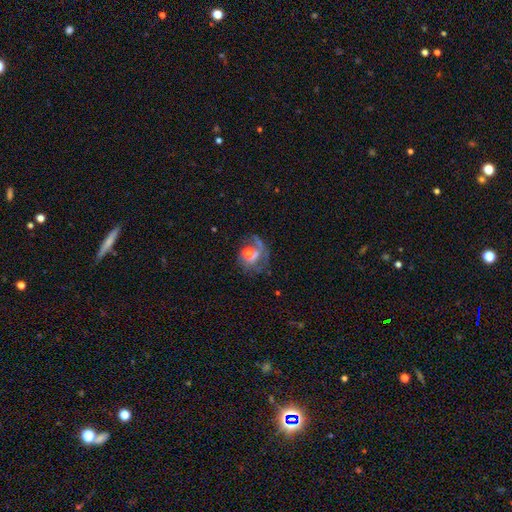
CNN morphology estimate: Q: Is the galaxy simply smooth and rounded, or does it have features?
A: featured or disk — 53%.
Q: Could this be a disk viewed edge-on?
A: no — 97%.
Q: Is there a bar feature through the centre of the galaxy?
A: no — 76%.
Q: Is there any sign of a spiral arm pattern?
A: yes — 57%.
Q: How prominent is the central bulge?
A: moderate — 63%.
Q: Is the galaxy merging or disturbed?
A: none — 41%.